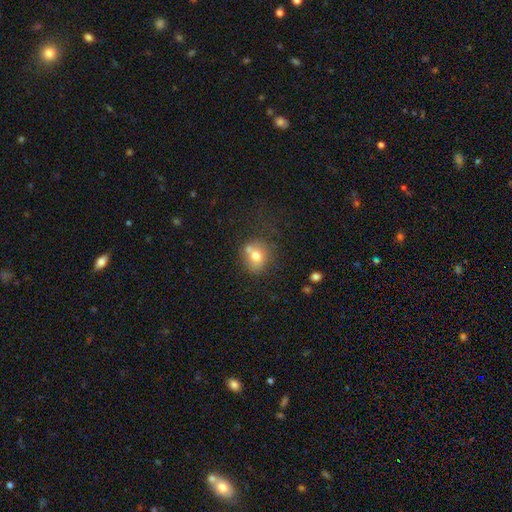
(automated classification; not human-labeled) smooth 70%, featured or disk 18%, star or artifact 12%. Down the decision tree: how rounded — round (76%); merging — none (54%).